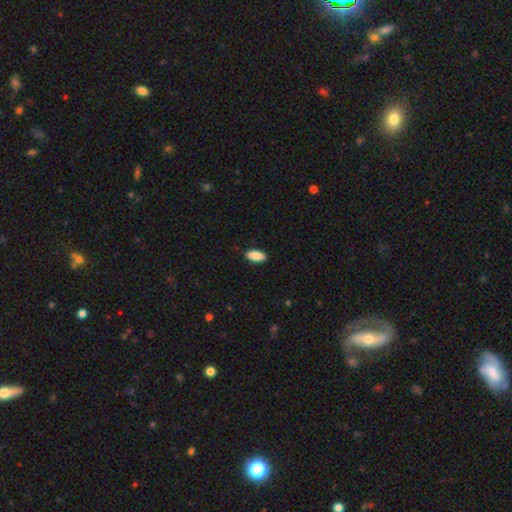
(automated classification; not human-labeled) smooth_or_featured: smooth (p=0.89) [alt: star or artifact p=0.06]
how_rounded: in between (p=0.89) [alt: cigar-shaped p=0.09]
merging: none (p=0.89) [alt: minor disturbance p=0.08]